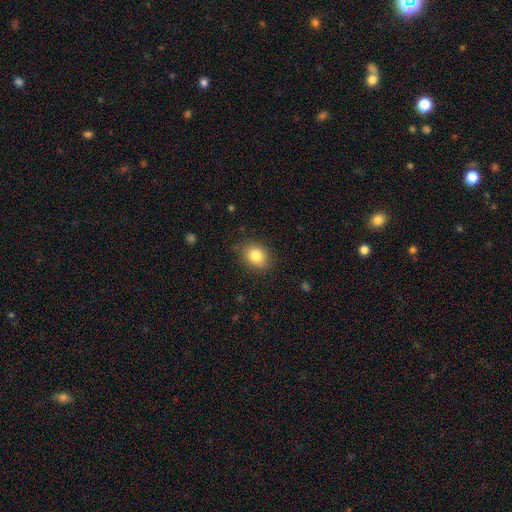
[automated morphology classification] Q: Smooth or featured?
A: smooth (83%); runner-up: star or artifact (9%)
Q: How rounded?
A: in between (56%); runner-up: round (43%)
Q: Merging?
A: none (84%); runner-up: minor disturbance (12%)